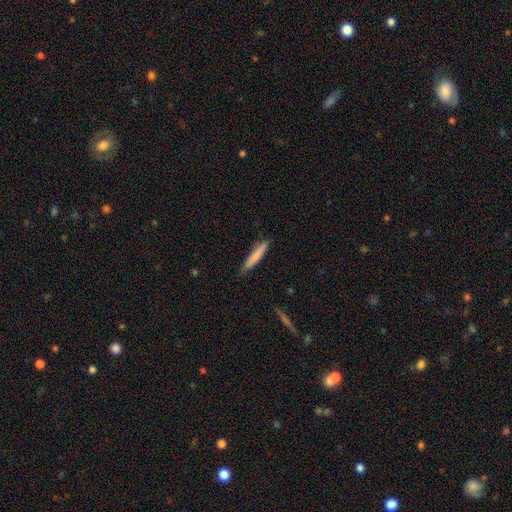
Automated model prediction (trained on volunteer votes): Smooth or featured?
  - smooth: 78% *
  - featured or disk: 17%
  - star or artifact: 6%
How rounded?
  - cigar-shaped: 94% *
  - in between: 5%
  - round: 1%
Merging?
  - none: 81% *
  - minor disturbance: 15%
  - major disturbance: 2%
  - merger: 1%